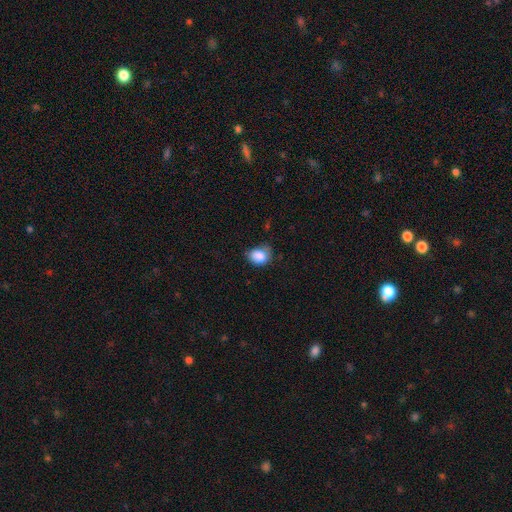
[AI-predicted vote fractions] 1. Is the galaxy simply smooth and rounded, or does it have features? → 86% smooth, 8% star or artifact, 6% featured or disk.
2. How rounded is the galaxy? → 53% in between, 46% round, 1% cigar-shaped.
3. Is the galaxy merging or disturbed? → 56% none, 34% minor disturbance, 8% major disturbance, 2% merger.